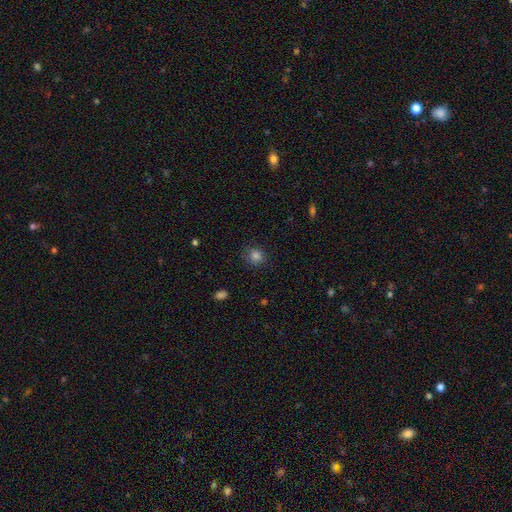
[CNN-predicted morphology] smooth_or_featured: smooth (p=0.83) [alt: star or artifact p=0.12]
how_rounded: round (p=0.83) [alt: in between p=0.16]
merging: none (p=0.82) [alt: minor disturbance p=0.13]